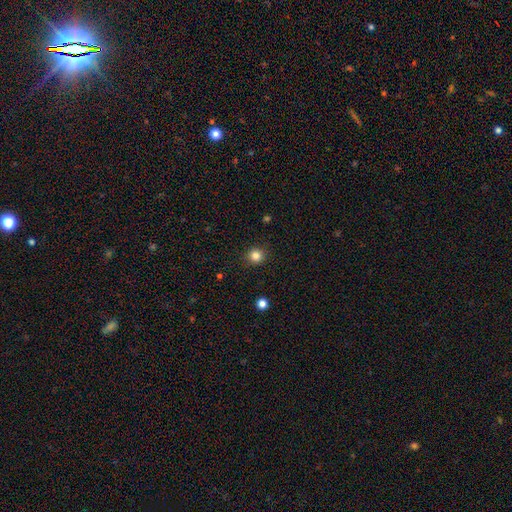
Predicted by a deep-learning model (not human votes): smooth 83%, star or artifact 12%, featured or disk 4%. Down the decision tree: how rounded — round (93%); merging — none (90%).